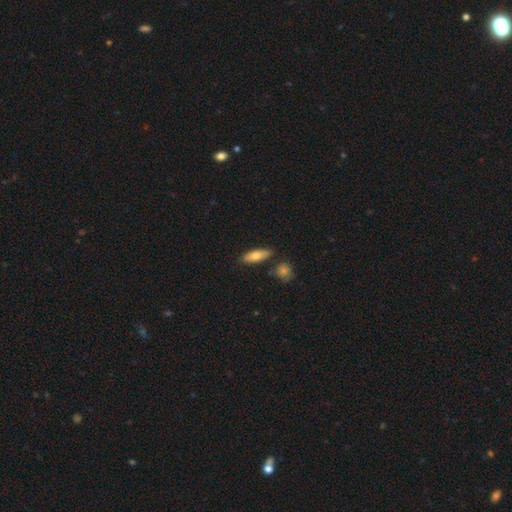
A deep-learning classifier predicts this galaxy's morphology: smooth_or_featured: smooth (p=0.75) [alt: featured or disk p=0.19]
how_rounded: in between (p=0.59) [alt: cigar-shaped p=0.39]
merging: none (p=0.82) [alt: minor disturbance p=0.11]